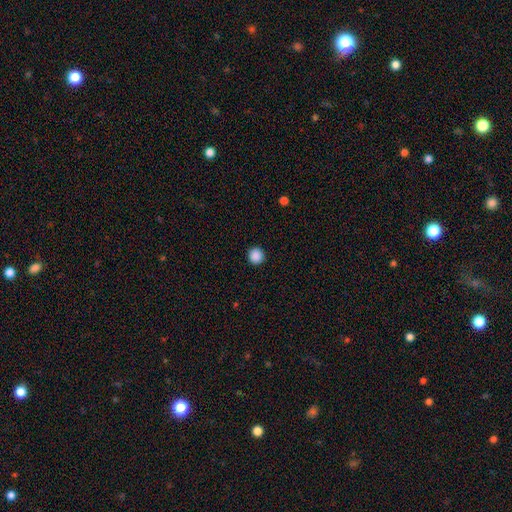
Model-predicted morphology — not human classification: Smooth or featured: smooth — 89% (star or artifact — 9%)
How rounded: round — 95% (in between — 4%)
Merging: none — 93% (minor disturbance — 4%)